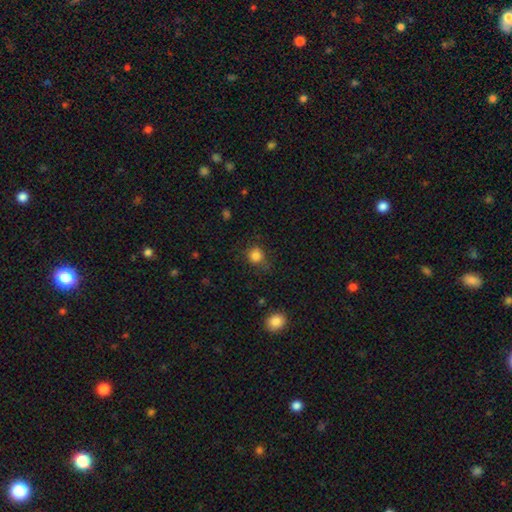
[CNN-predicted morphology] smooth 84%, star or artifact 12%, featured or disk 4%. Down the decision tree: how rounded — round (87%); merging — none (72%).